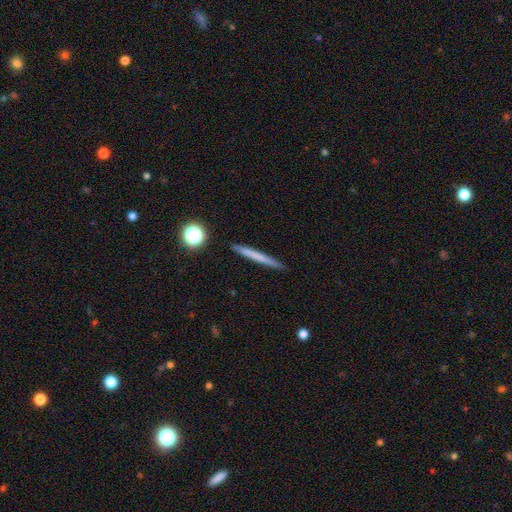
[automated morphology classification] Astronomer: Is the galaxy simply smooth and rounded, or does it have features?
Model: smooth — 61%.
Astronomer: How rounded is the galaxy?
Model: cigar-shaped — 96%.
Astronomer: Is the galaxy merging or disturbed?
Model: none — 91%.